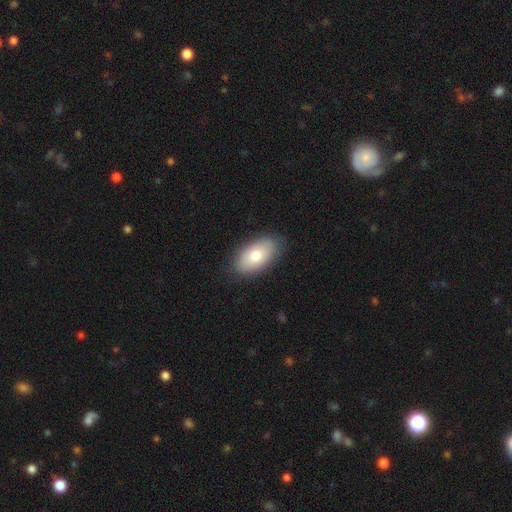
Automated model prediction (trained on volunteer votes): Smooth or featured? smooth (77%)
How rounded? in between (94%)
Merging? none (84%)